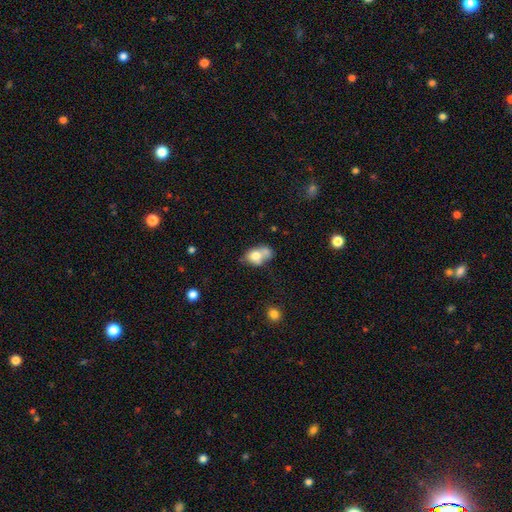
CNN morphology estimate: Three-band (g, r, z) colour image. It shows a smooth galaxy with no disk features (72%) that is in between round and cigar-shaped (65%). Merging: merger (45%).